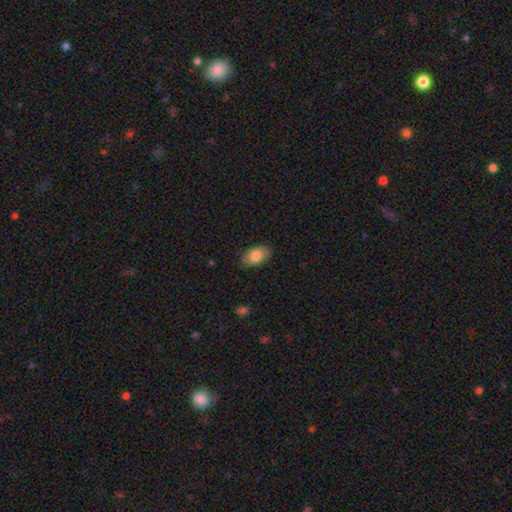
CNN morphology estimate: Smooth or featured? Predicted: smooth (p=0.84). How rounded? Predicted: in between (p=0.92). Merging? Predicted: none (p=0.85).